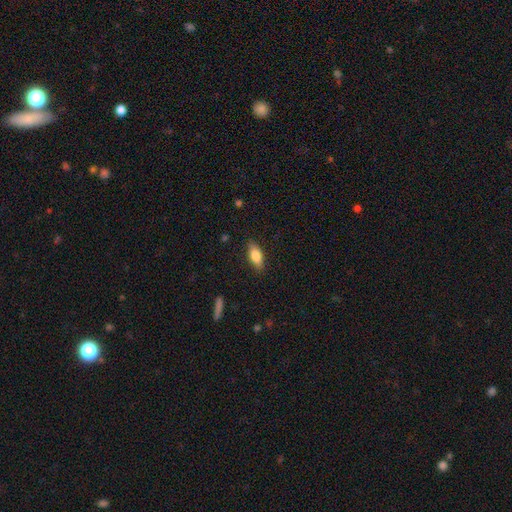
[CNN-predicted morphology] A smooth galaxy with no disk features (78%) that is in between round and cigar-shaped (78%).

Vote fractions:
- Smooth or featured? smooth: 78% / featured or disk: 15% / star or artifact: 7%
- How rounded? in between: 78% / cigar-shaped: 19% / round: 3%
- Merging? none: 86% / minor disturbance: 10% / major disturbance: 2% / merger: 1%